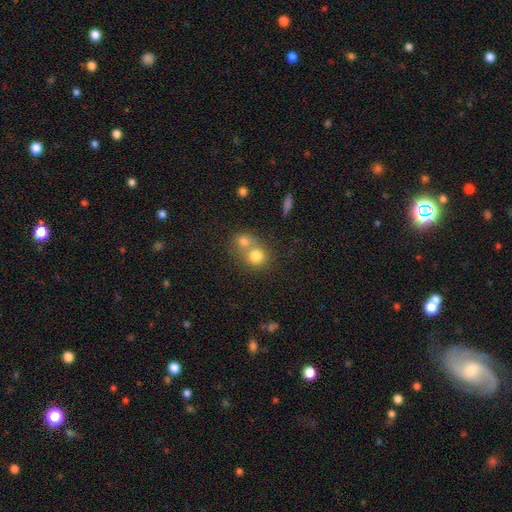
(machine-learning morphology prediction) smooth_or_featured: smooth (p=0.77) [alt: featured or disk p=0.12]
how_rounded: round (p=0.82) [alt: in between p=0.17]
merging: merger (p=0.58) [alt: none p=0.34]